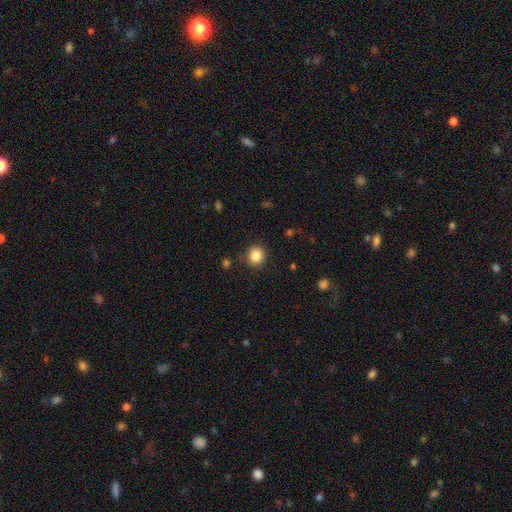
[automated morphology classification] Smooth or featured: smooth — 84% (star or artifact — 11%)
How rounded: round — 89% (in between — 10%)
Merging: none — 88% (minor disturbance — 8%)